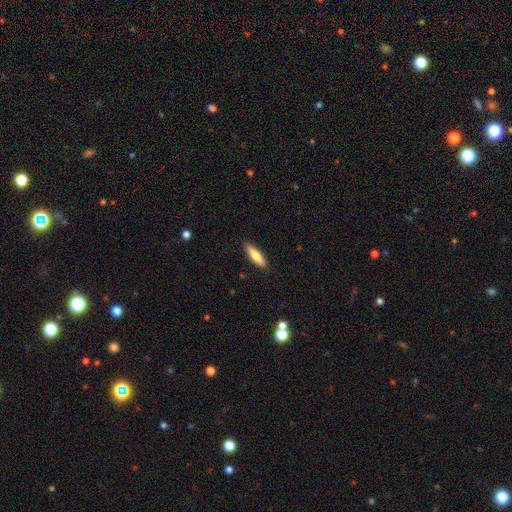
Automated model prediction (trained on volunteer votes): Smooth or featured? Predicted: smooth (p=0.78). How rounded? Predicted: cigar-shaped (p=0.65). Merging? Predicted: none (p=0.89).